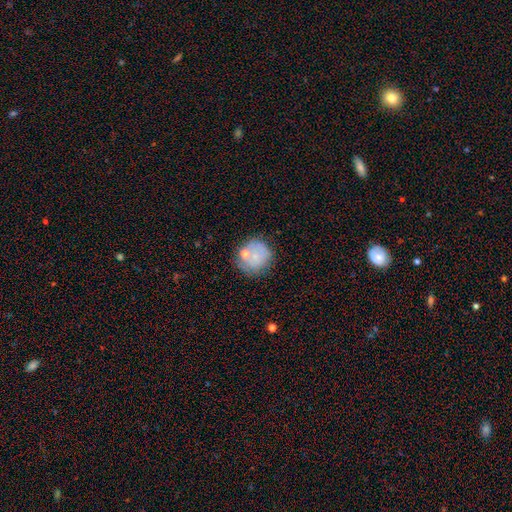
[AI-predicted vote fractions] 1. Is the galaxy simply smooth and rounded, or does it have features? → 60% smooth, 28% featured or disk, 12% star or artifact.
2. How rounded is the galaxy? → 89% round, 10% in between, 1% cigar-shaped.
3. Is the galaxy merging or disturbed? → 65% none, 18% minor disturbance, 10% merger, 7% major disturbance.